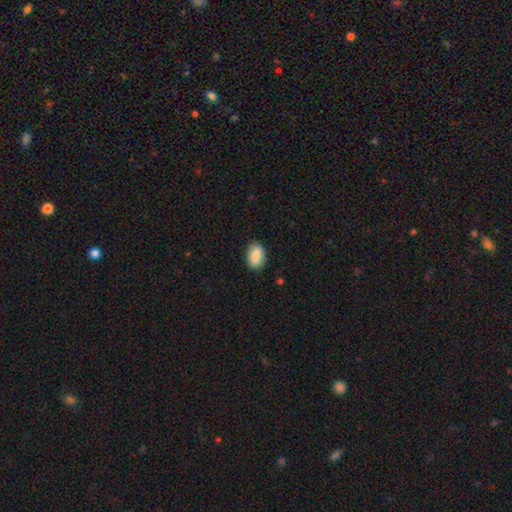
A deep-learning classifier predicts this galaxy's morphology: type=smooth (84%); roundness=in between (89%); merging=none (85%).